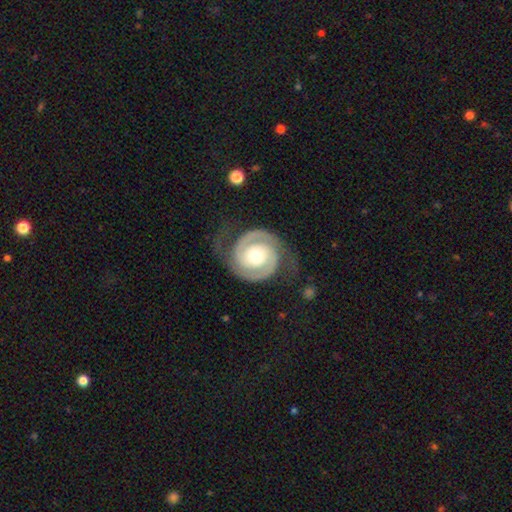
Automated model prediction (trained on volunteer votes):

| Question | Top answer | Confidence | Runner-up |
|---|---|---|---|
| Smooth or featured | featured or disk | 92% | smooth (5%) |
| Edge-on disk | no | 98% | yes (2%) |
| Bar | no | 68% | weak (22%) |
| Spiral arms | yes | 98% | no (2%) |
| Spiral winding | tight | 65% | medium (30%) |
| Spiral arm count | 2 | 94% | can't tell (2%) |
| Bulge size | moderate | 66% | small (16%) |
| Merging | none | 74% | minor disturbance (16%) |